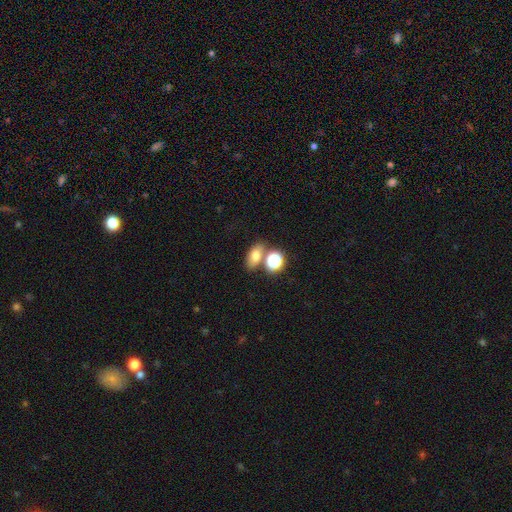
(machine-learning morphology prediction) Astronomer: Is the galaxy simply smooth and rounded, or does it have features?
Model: smooth — 73%.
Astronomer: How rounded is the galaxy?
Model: in between — 75%.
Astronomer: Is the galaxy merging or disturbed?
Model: none — 61%.